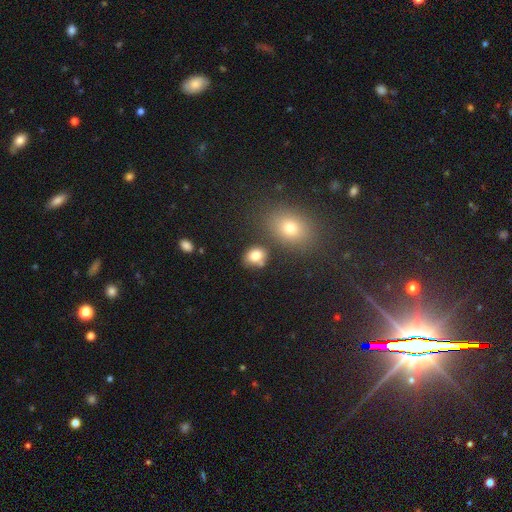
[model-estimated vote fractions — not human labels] smooth 80%, star or artifact 11%, featured or disk 9%. Down the decision tree: how rounded — round (49%, tied with in between); merging — none (64%).